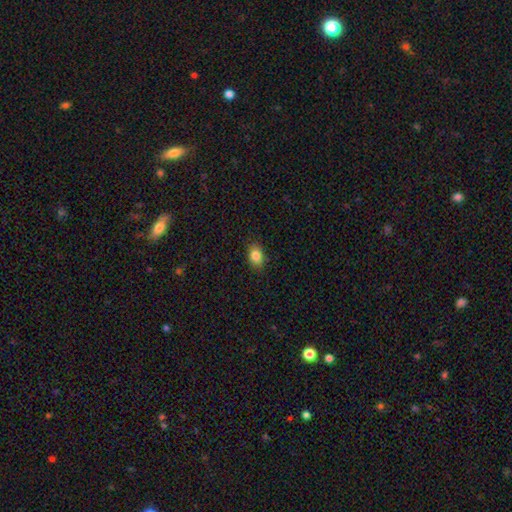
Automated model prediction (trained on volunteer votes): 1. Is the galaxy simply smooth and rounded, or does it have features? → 84% smooth, 9% star or artifact, 7% featured or disk.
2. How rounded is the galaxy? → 78% in between, 20% round, 2% cigar-shaped.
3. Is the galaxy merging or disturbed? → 86% none, 10% minor disturbance, 2% major disturbance, 1% merger.